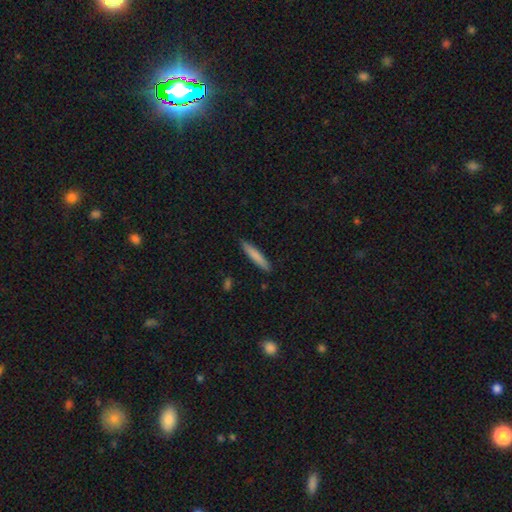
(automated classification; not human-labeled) Q: Smooth or featured?
A: smooth (80%); runner-up: featured or disk (14%)
Q: How rounded?
A: cigar-shaped (91%); runner-up: in between (8%)
Q: Merging?
A: none (88%); runner-up: minor disturbance (9%)